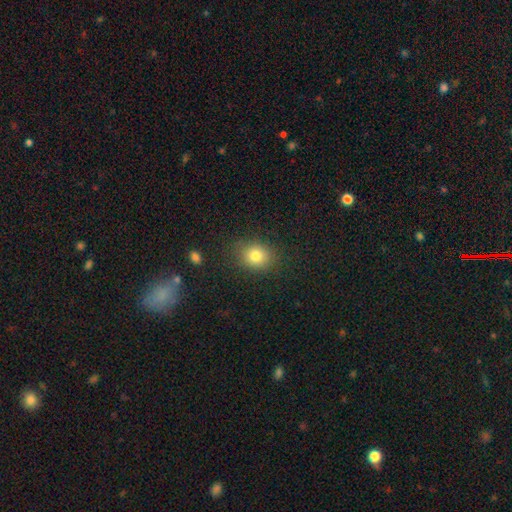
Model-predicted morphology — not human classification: type=smooth (80%); roundness=round (65%); merging=none (84%).